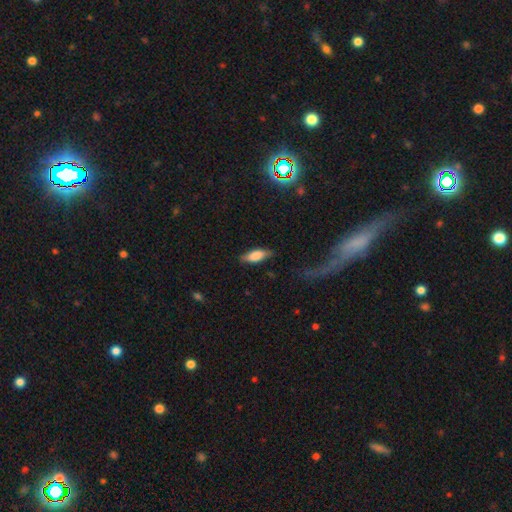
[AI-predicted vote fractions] Morphology: type=smooth (75%); roundness=in between (72%); merging=none (77%).